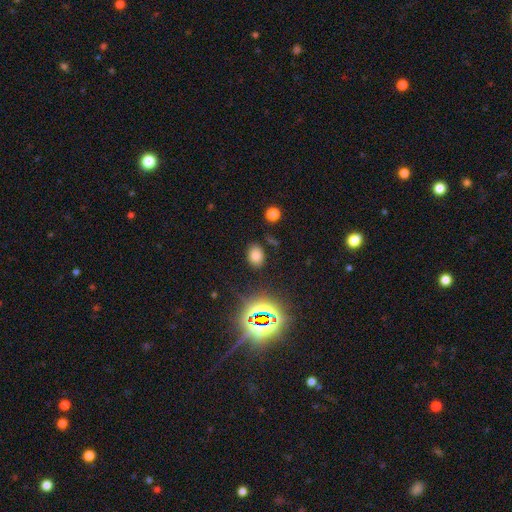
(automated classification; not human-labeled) This is likely a smooth galaxy (72%). How rounded: likely in between (73%). Merging: clearly none (82%).